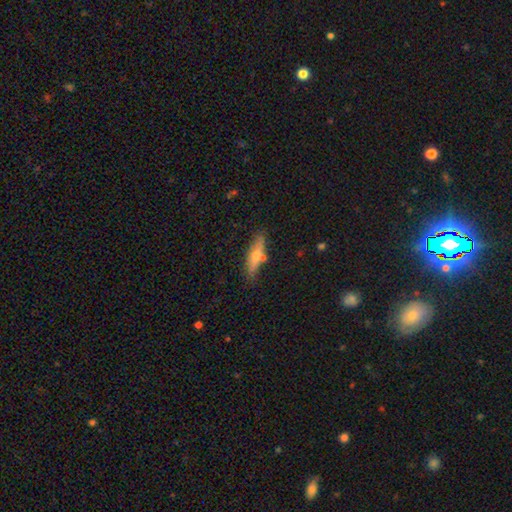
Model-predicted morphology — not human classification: Smooth or featured? smooth (51%)
How rounded? cigar-shaped (74%)
Merging? none (78%)